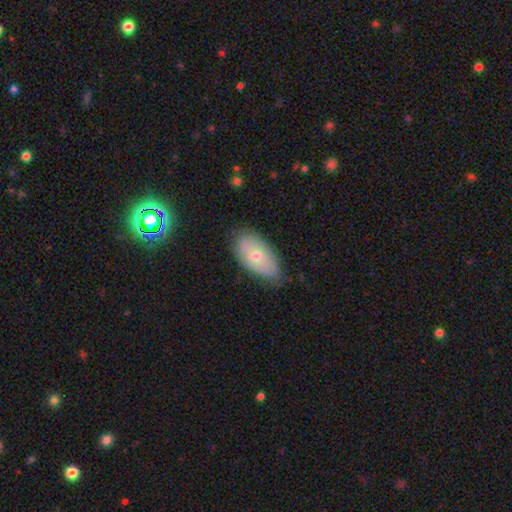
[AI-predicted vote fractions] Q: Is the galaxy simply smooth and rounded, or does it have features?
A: smooth — 58%.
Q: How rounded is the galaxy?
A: in between — 93%.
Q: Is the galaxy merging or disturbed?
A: none — 71%.